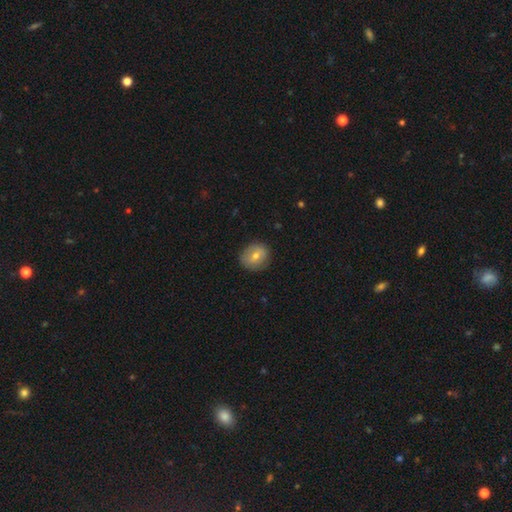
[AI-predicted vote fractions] Smooth or featured? smooth (62%)
How rounded? round (74%)
Merging? none (85%)